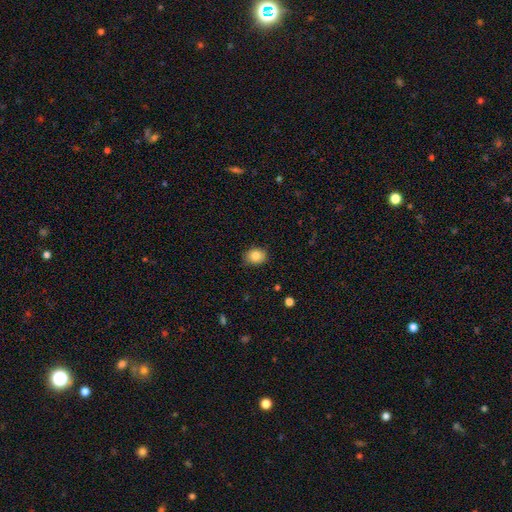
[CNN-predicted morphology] A smooth galaxy with no disk features (84%) that is in between round and cigar-shaped (50%). Merging: none (86%).